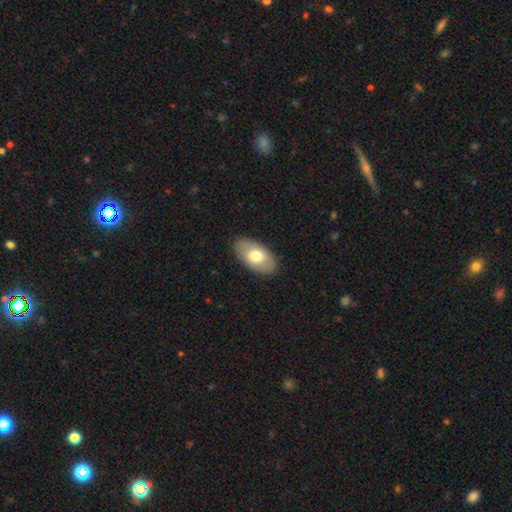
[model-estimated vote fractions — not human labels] Smooth or featured? smooth (67%)
How rounded? in between (94%)
Merging? none (86%)